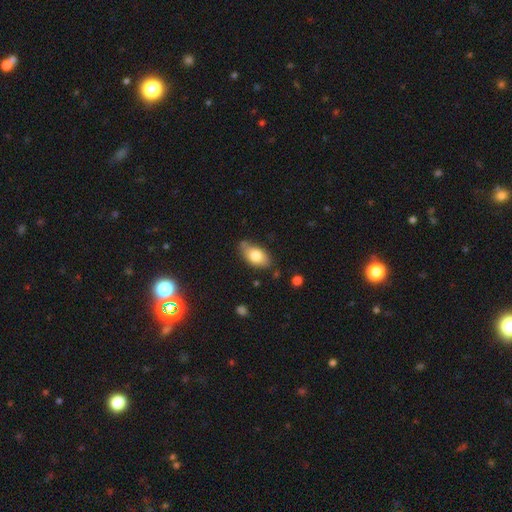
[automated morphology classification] type=smooth (77%); roundness=in between (92%); merging=none (71%).